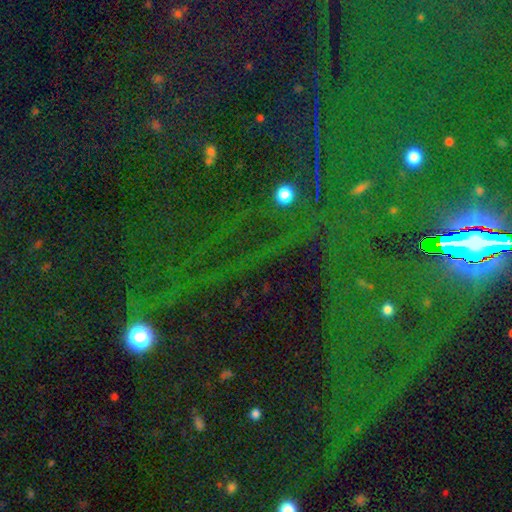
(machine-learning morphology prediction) A star or artifact, not a galaxy (84%).

Vote fractions:
- Smooth or featured? star or artifact: 84% / smooth: 9% / featured or disk: 8%